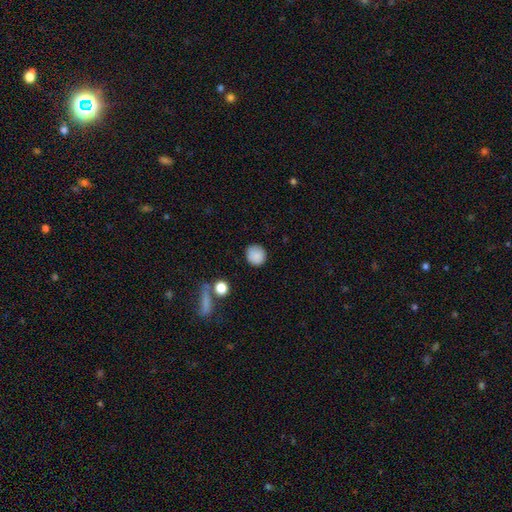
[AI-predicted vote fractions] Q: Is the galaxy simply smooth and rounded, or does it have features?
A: smooth — 86%.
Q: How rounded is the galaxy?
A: round — 88%.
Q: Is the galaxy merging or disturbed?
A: none — 85%.